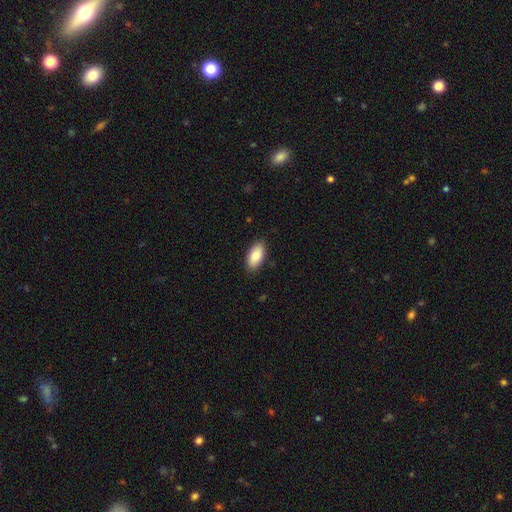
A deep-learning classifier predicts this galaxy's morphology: Overall: smooth (85%). How rounded: in between (92%). Merging: none (88%).